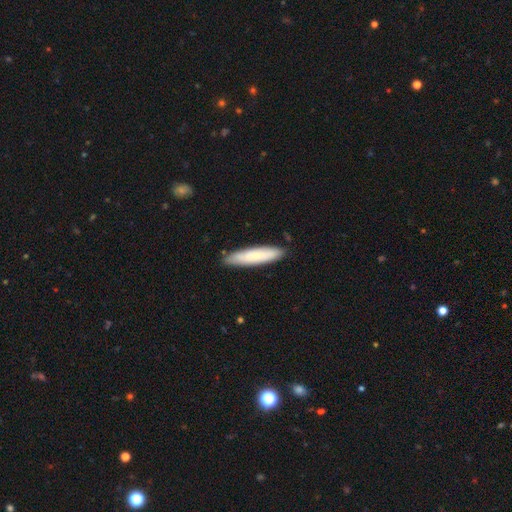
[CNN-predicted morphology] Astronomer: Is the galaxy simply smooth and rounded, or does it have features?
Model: smooth — 72%.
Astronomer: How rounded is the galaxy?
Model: cigar-shaped — 82%.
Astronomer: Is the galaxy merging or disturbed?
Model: none — 87%.